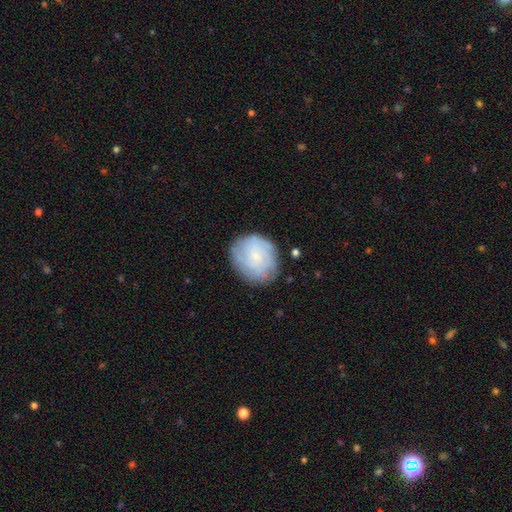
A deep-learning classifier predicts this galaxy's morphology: The model was most divided on "smooth or featured": featured or disk: 51%, smooth: 41%, star or artifact: 8%. More confident: edge-on disk — no (98%); merging — none (78%).